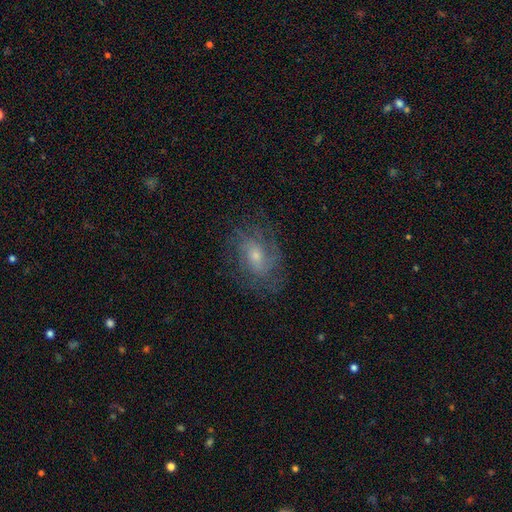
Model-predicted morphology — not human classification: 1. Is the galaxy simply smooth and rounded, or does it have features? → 69% featured or disk, 21% smooth, 11% star or artifact.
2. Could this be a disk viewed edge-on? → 96% no, 4% yes.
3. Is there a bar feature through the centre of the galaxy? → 63% no, 32% weak, 5% strong.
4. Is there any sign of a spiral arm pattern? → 87% yes, 13% no.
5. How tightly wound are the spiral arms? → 42% tight, 41% medium, 17% loose.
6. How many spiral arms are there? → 43% can't tell, 22% 2, 16% 3, 9% 4, 5% 1, 5% more than 4.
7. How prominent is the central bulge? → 52% small, 41% moderate, 3% large, 3% none, 1% dominant.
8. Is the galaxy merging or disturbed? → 72% none, 17% minor disturbance, 10% major disturbance, 1% merger.